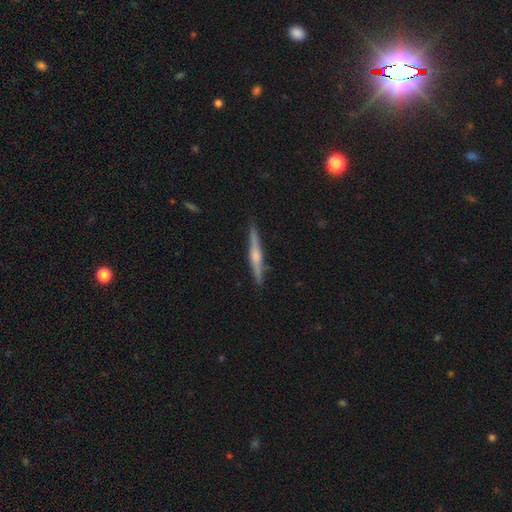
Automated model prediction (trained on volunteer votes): Morphology: type=featured or disk (68%); edge-on=yes (98%); edge-on bulge=rounded (80%); merging=none (90%).